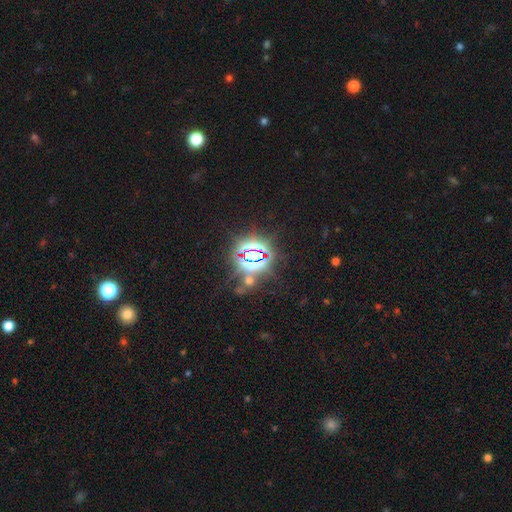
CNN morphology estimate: The model was most divided on "smooth or featured": star or artifact: 82%, smooth: 12%, featured or disk: 6%.